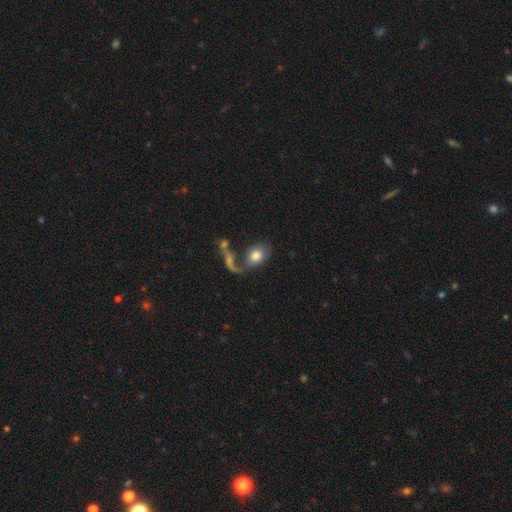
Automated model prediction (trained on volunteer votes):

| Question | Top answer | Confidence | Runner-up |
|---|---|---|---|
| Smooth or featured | smooth | 72% | featured or disk (20%) |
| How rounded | in between | 72% | round (26%) |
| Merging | none | 37% | merger (31%) |